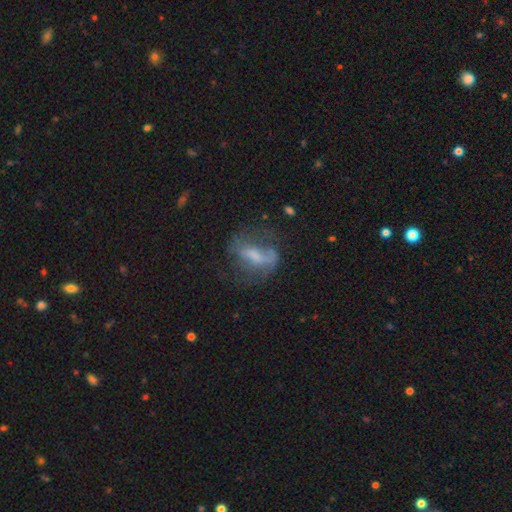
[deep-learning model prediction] Smooth or featured: featured or disk — 56% (smooth — 33%)
Edge-on disk: no — 90% (yes — 10%)
Bar: weak — 36% (strong — 35%)
Spiral arms: yes — 55% (no — 45%)
Bulge size: moderate — 32% (small — 29%)
Merging: none — 44% (major disturbance — 30%)